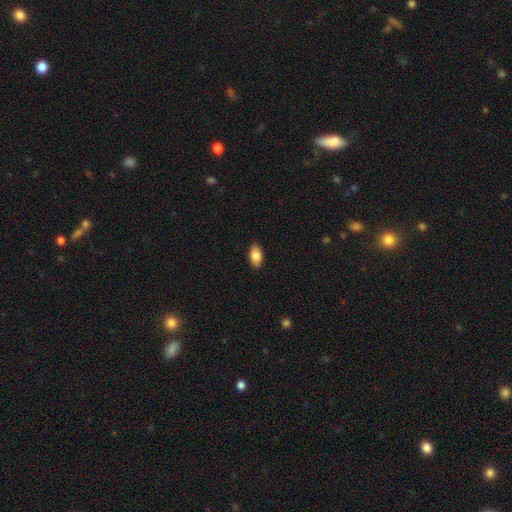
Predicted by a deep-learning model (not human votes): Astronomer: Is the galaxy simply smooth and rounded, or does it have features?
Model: smooth — 86%.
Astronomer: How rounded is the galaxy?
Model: in between — 93%.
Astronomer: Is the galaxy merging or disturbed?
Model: none — 89%.